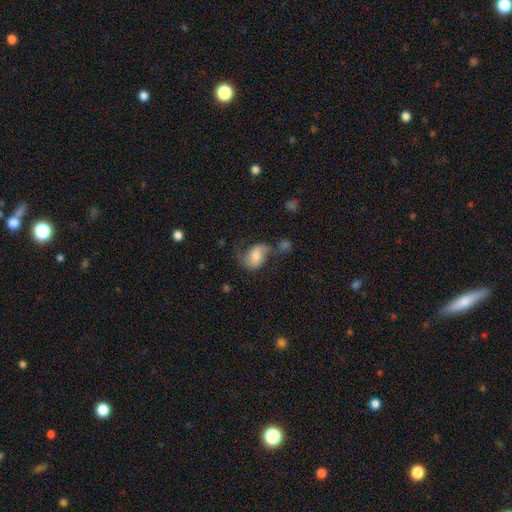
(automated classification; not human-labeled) Smooth or featured? Predicted: featured or disk (p=0.50). Edge-on disk? Predicted: no (p=0.97). Merging? Predicted: none (p=0.42).